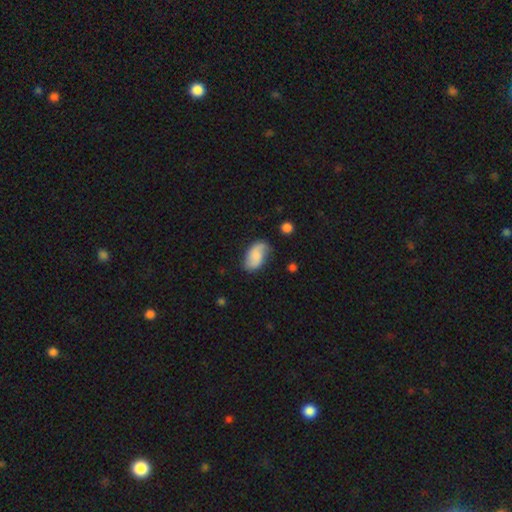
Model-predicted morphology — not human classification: smooth_or_featured: smooth (p=0.60) [alt: featured or disk p=0.32]
how_rounded: in between (p=0.93) [alt: round p=0.04]
merging: none (p=0.63) [alt: minor disturbance p=0.26]